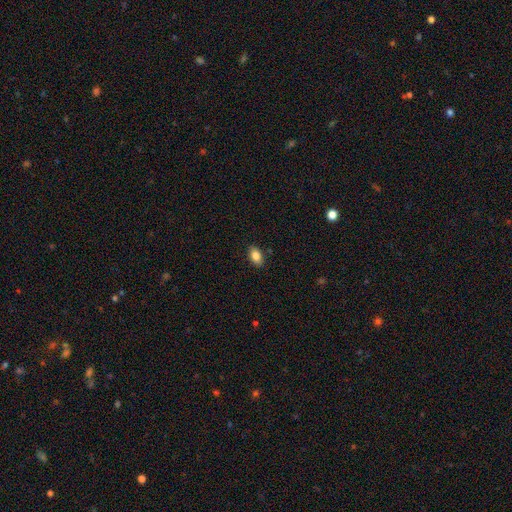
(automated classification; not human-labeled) Smooth or featured? smooth (85%)
How rounded? in between (89%)
Merging? none (87%)